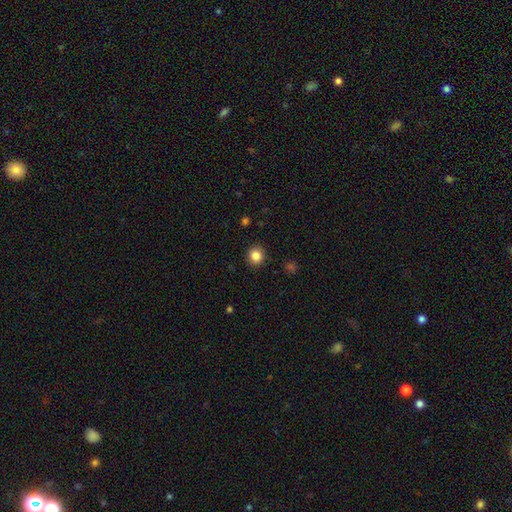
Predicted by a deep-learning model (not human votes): Smooth or featured? smooth (85%)
How rounded? round (89%)
Merging? none (92%)